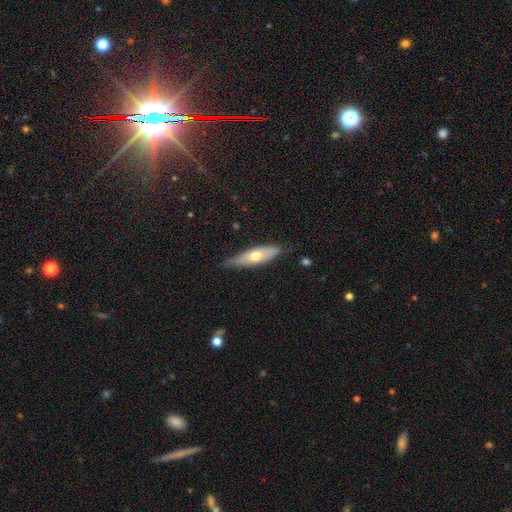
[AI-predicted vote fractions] This appears to be a smooth galaxy with no disk features (57%) that is cigar-shaped (52%). Merging: none (69%).